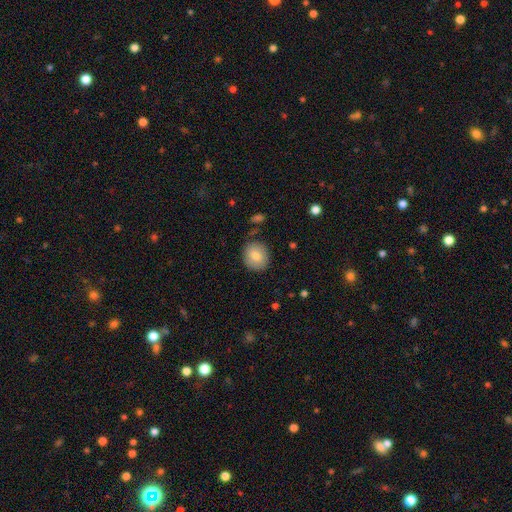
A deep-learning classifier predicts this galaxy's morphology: Smooth or featured? Predicted: smooth (p=0.78). How rounded? Predicted: round (p=0.75). Merging? Predicted: none (p=0.84).